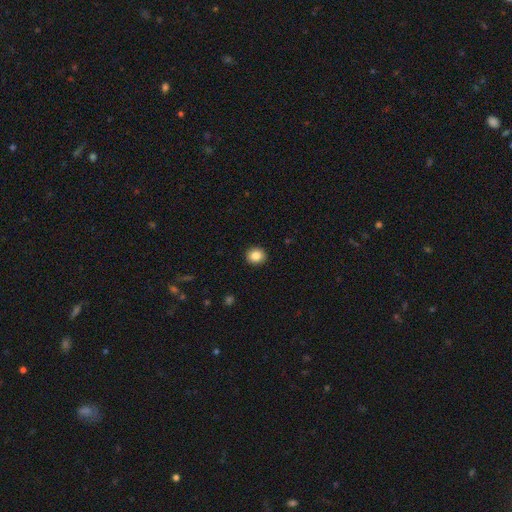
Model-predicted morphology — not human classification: smooth-or-featured: smooth: 86% | star or artifact: 9% | featured or disk: 5%
  how-rounded: round: 85% | in between: 14% | cigar-shaped: 1%
  merging: none: 92% | minor disturbance: 5% | major disturbance: 2% | merger: 1%